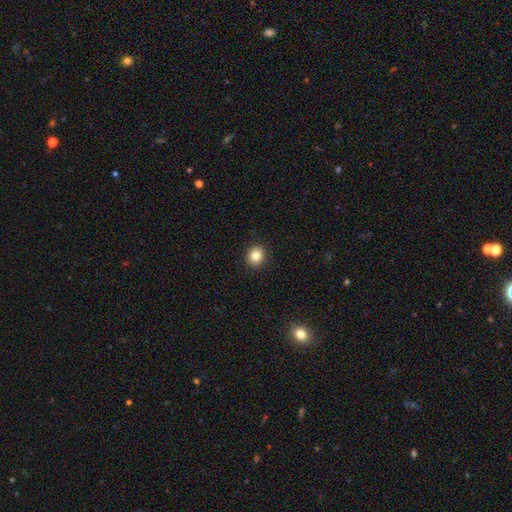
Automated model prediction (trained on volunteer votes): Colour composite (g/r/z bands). It shows a smooth galaxy with no disk features (83%) that is round (69%). Merging: none (92%).